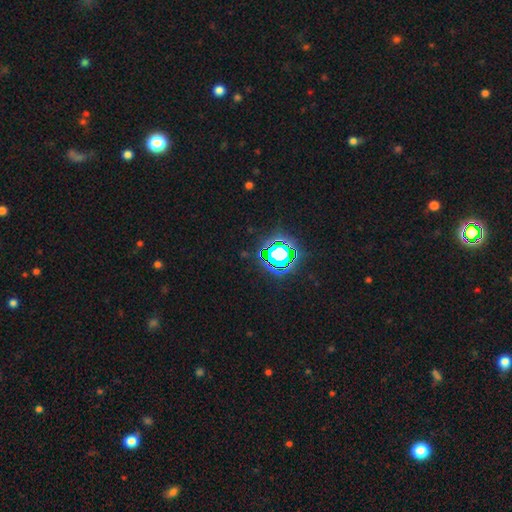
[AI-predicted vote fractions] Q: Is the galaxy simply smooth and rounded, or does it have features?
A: star or artifact — 80%.